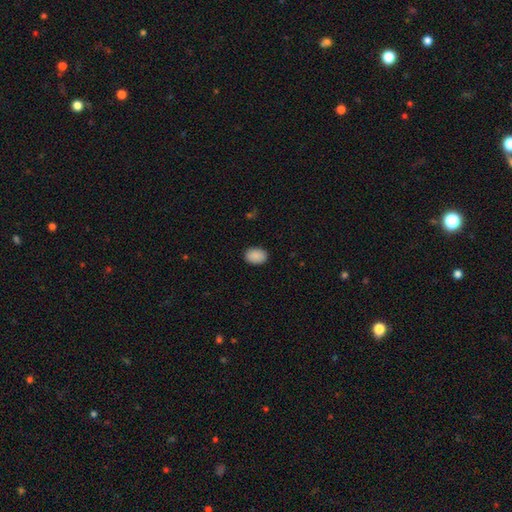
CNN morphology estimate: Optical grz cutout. It shows a smooth galaxy with no disk features (90%) that is in between round and cigar-shaped (76%). Merging: none (88%).